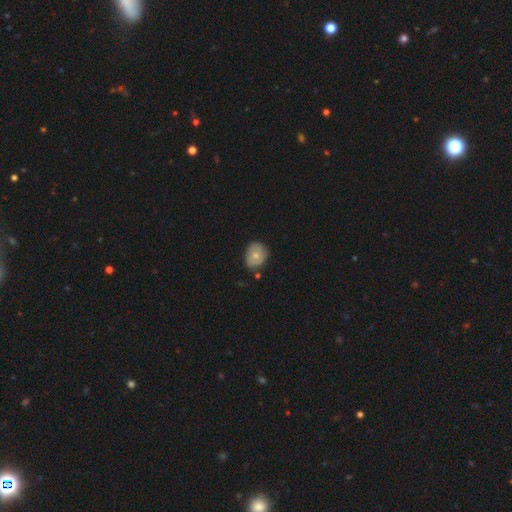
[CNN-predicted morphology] Smooth or featured? smooth (62%)
How rounded? round (59%)
Merging? none (68%)